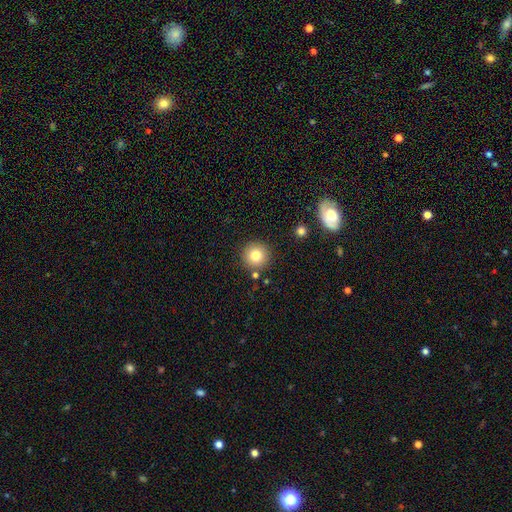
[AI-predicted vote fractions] A smooth galaxy with no disk features (81%) that is round (95%). Merging: none (86%).